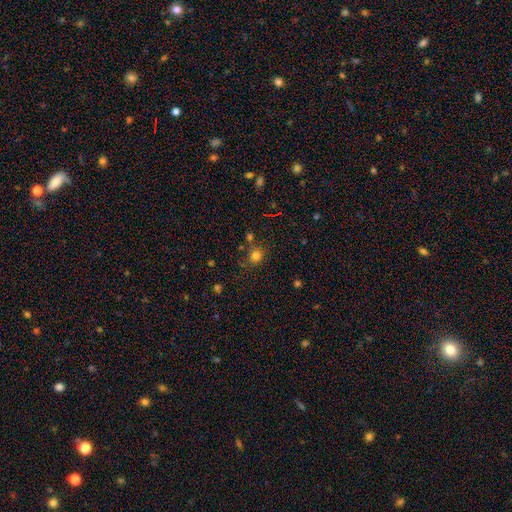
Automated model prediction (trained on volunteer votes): Q: Smooth or featured?
A: smooth (78%); runner-up: star or artifact (16%)
Q: How rounded?
A: round (80%); runner-up: in between (19%)
Q: Merging?
A: none (72%); runner-up: minor disturbance (13%)